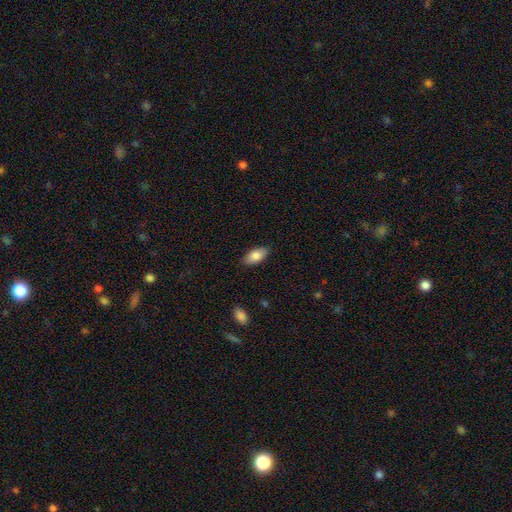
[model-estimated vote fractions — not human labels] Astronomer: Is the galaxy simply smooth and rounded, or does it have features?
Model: smooth — 83%.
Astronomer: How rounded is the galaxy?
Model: in between — 92%.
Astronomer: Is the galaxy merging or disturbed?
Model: none — 87%.